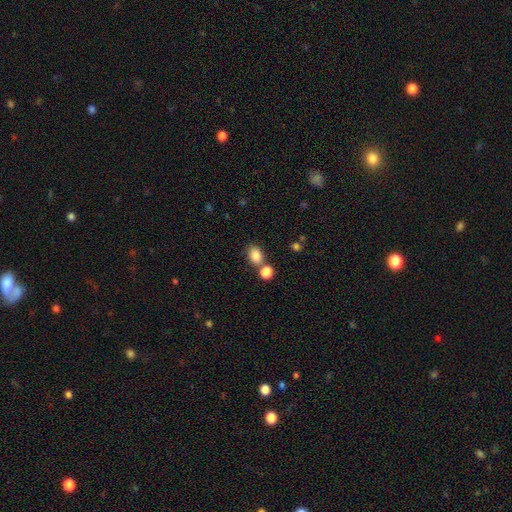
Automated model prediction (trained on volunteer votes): Smooth or featured? smooth (84%)
How rounded? in between (67%)
Merging? none (63%)